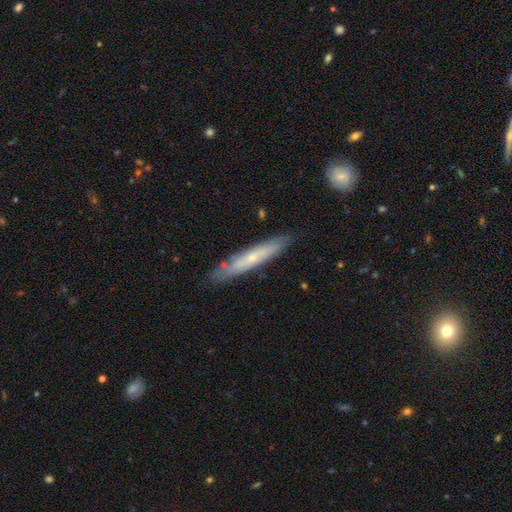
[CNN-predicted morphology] type=featured or disk (51%); edge-on=yes (77%); merging=none (86%).